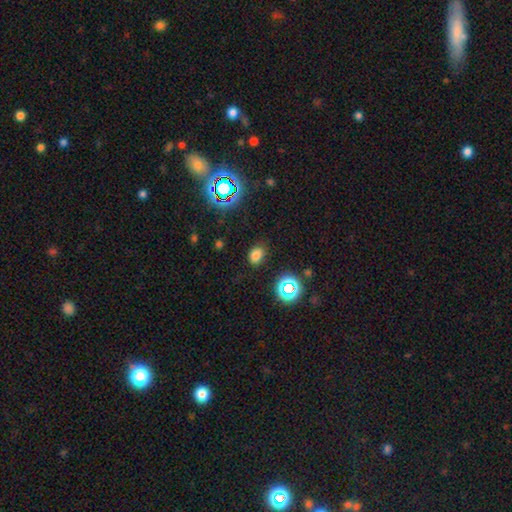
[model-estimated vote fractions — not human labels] Q: Smooth or featured?
A: smooth (74%); runner-up: star or artifact (20%)
Q: How rounded?
A: in between (71%); runner-up: round (27%)
Q: Merging?
A: none (81%); runner-up: minor disturbance (13%)